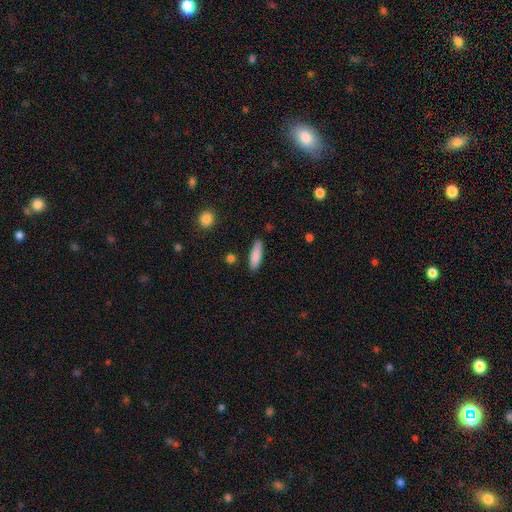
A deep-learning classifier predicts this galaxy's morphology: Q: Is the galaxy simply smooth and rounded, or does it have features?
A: smooth — 86%.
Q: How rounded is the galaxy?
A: cigar-shaped — 59%.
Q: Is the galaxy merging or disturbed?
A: none — 86%.